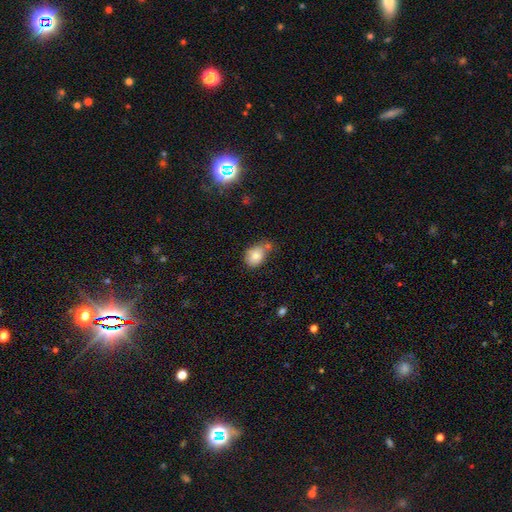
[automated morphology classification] The model was most divided on "merging": none: 45%, minor disturbance: 27%, merger: 20%, major disturbance: 8%. More confident: smooth or featured — smooth (79%); how rounded — in between (59%).